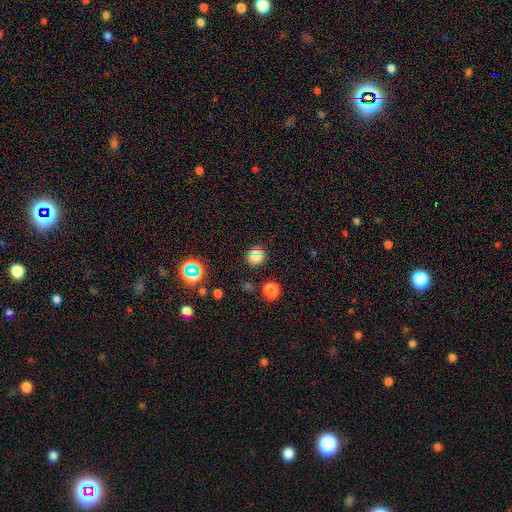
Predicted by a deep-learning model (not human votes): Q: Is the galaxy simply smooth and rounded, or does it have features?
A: smooth — 58%.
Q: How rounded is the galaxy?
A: round — 86%.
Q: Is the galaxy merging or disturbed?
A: none — 85%.